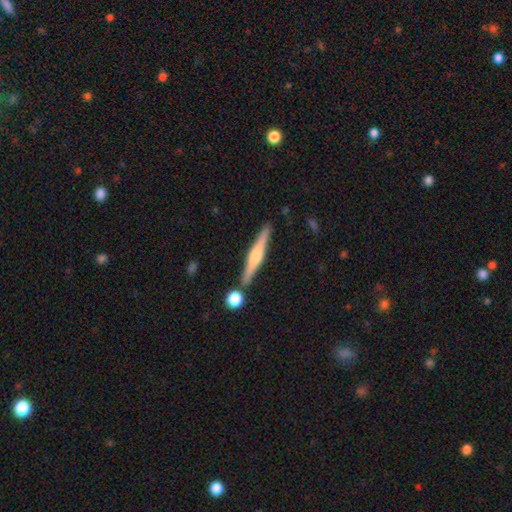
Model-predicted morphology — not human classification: Q: Smooth or featured?
A: featured or disk (67%); runner-up: smooth (26%)
Q: Edge-on disk?
A: yes (98%); runner-up: no (2%)
Q: Edge-on bulge?
A: rounded (76%); runner-up: boxy (16%)
Q: Merging?
A: none (85%); runner-up: minor disturbance (8%)